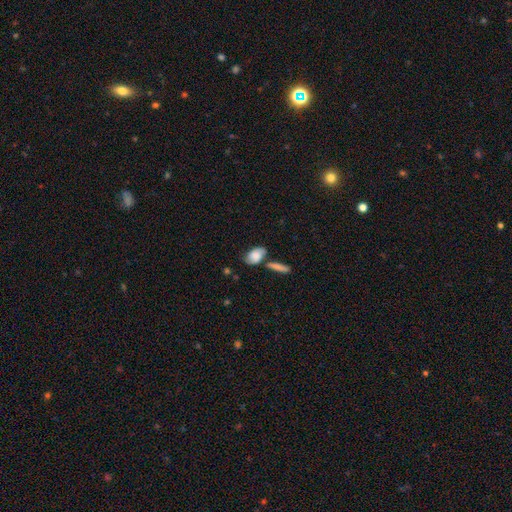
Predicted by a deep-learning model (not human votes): smooth-or-featured: smooth: 73% | featured or disk: 19% | star or artifact: 7%
  how-rounded: in between: 87% | round: 9% | cigar-shaped: 4%
  merging: none: 49% | minor disturbance: 22% | merger: 21% | major disturbance: 7%